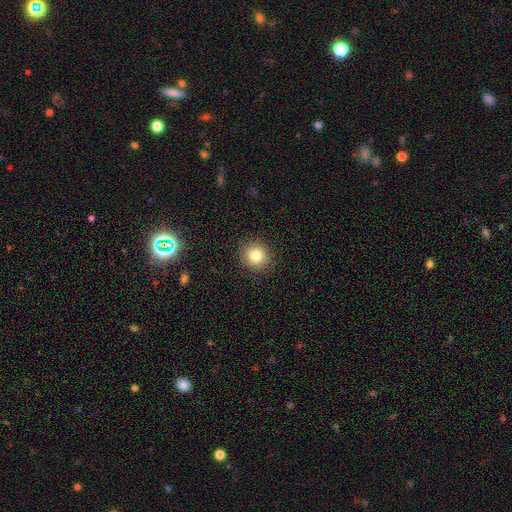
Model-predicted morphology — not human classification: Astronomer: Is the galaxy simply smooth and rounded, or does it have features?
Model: smooth — 81%.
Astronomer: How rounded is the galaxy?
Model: round — 91%.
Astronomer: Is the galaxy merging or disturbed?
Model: none — 91%.